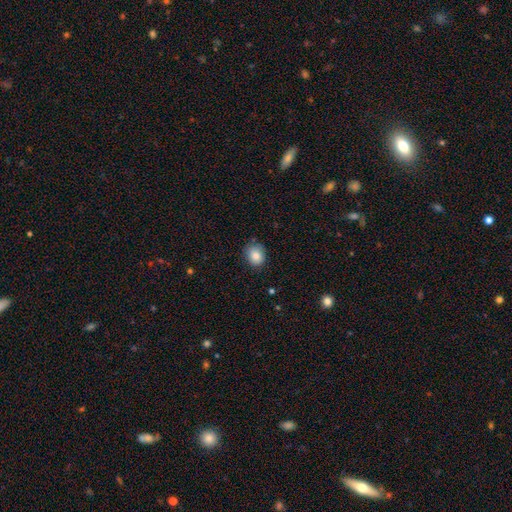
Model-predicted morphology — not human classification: Q: Smooth or featured?
A: smooth (86%); runner-up: star or artifact (8%)
Q: How rounded?
A: round (52%); runner-up: in between (47%)
Q: Merging?
A: none (78%); runner-up: minor disturbance (17%)